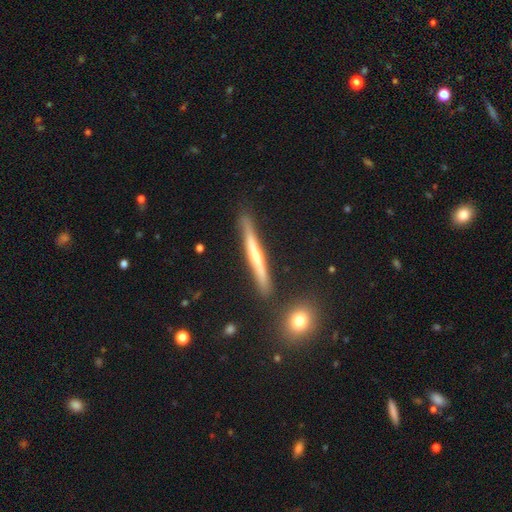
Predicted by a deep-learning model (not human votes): A featured or disk galaxy (70%) viewed edge-on (96%) with a rounded central bulge (70%). Merging: none (84%).